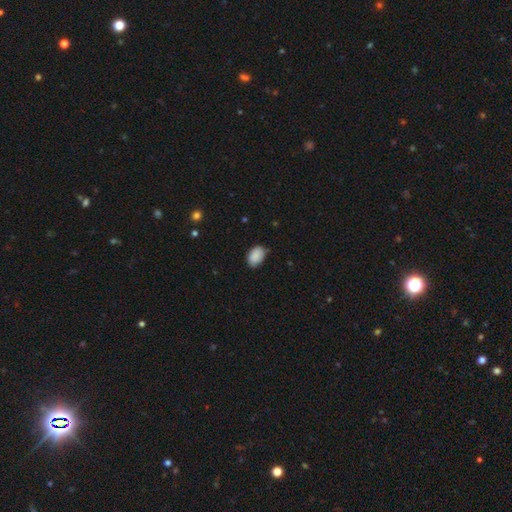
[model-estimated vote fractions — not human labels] This appears to be a smooth galaxy with no disk features (88%) that is in between round and cigar-shaped (88%). Merging: none (75%).